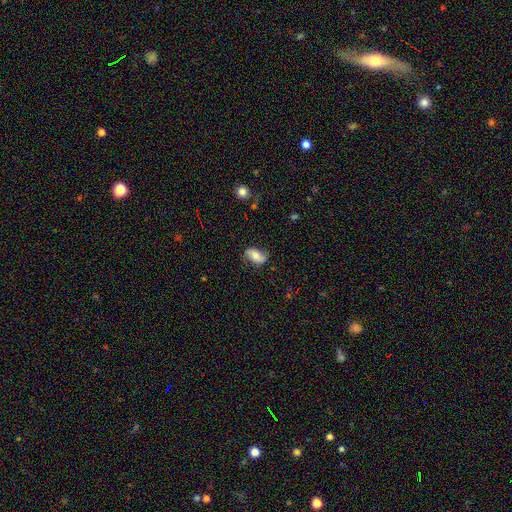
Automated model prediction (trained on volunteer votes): Smooth or featured? Predicted: featured or disk (p=0.52). Edge-on disk? Predicted: no (p=0.95). Merging? Predicted: none (p=0.72).